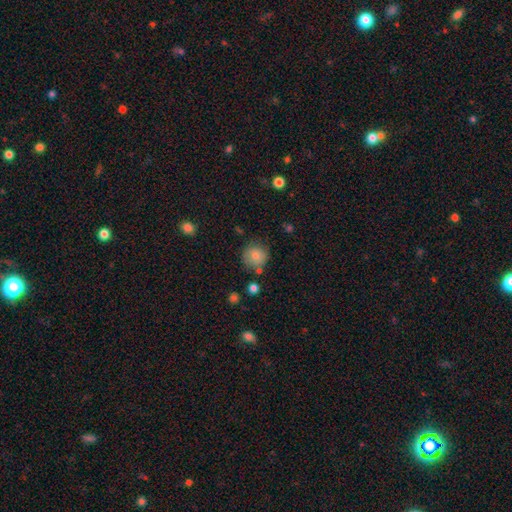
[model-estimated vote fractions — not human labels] Smooth or featured: smooth — 81% (star or artifact — 9%)
How rounded: round — 90% (in between — 9%)
Merging: none — 77% (minor disturbance — 15%)